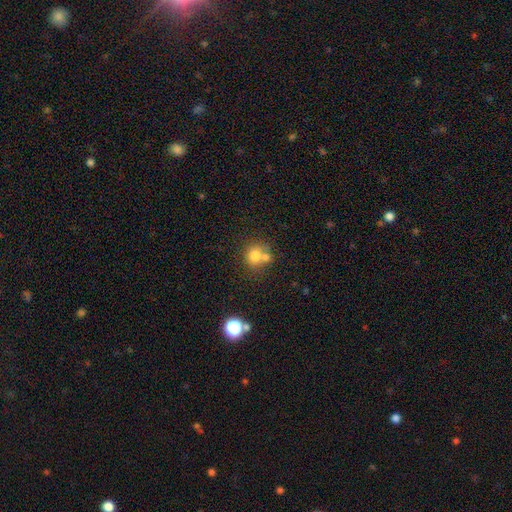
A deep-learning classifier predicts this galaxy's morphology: The model was most divided on "merging": none: 46%, merger: 39%, minor disturbance: 11%, major disturbance: 5%. More confident: how rounded — round (78%); smooth or featured — smooth (75%).